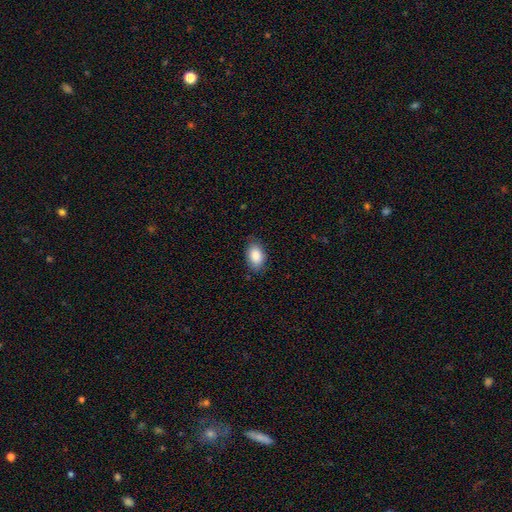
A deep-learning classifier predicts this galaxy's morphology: The model was most divided on "merging": none: 81%, minor disturbance: 15%, major disturbance: 3%, merger: 1%. More confident: how rounded — in between (90%); smooth or featured — smooth (87%).